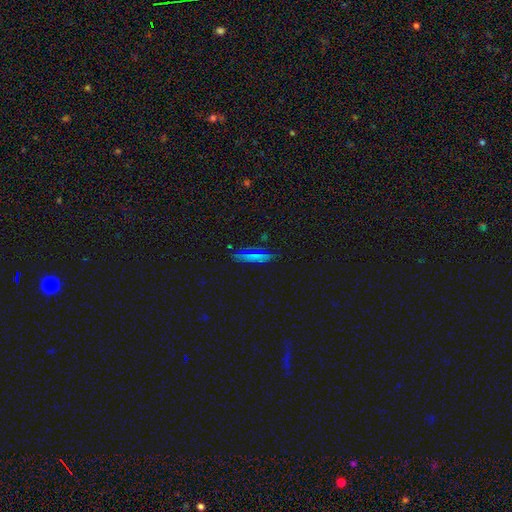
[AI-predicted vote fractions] smooth-or-featured: smooth: 62% | featured or disk: 22% | star or artifact: 16%
  how-rounded: cigar-shaped: 72% | in between: 24% | round: 4%
  merging: none: 79% | minor disturbance: 15% | major disturbance: 4% | merger: 2%